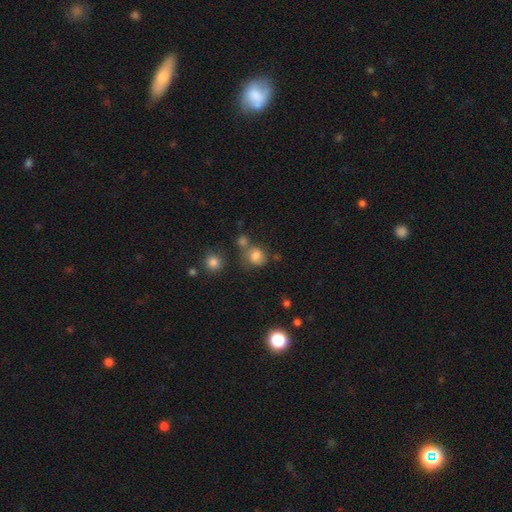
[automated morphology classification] The model was most divided on "merging": none: 59%, merger: 19%, minor disturbance: 16%, major disturbance: 7%. More confident: how rounded — round (77%); smooth or featured — smooth (76%).